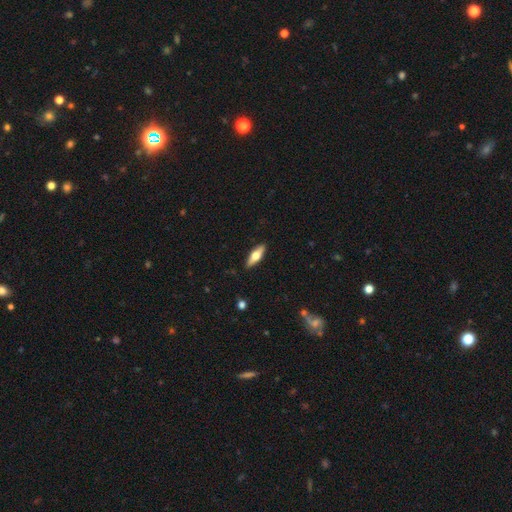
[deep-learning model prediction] Overall: smooth (49%; featured or disk 46%). Merging: none (90%).